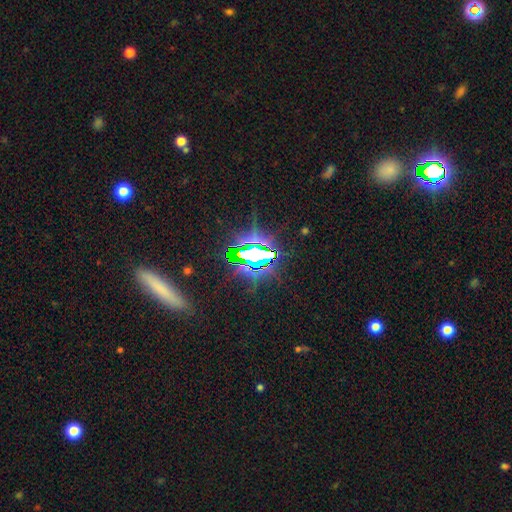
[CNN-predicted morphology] The model was most divided on "smooth or featured": star or artifact: 80%, featured or disk: 11%, smooth: 10%.